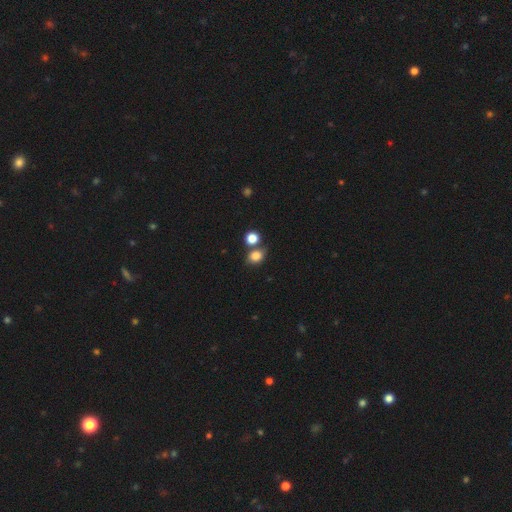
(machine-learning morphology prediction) smooth_or_featured: smooth (p=0.81) [alt: star or artifact p=0.12]
how_rounded: round (p=0.51) [alt: in between p=0.48]
merging: none (p=0.58) [alt: merger p=0.24]